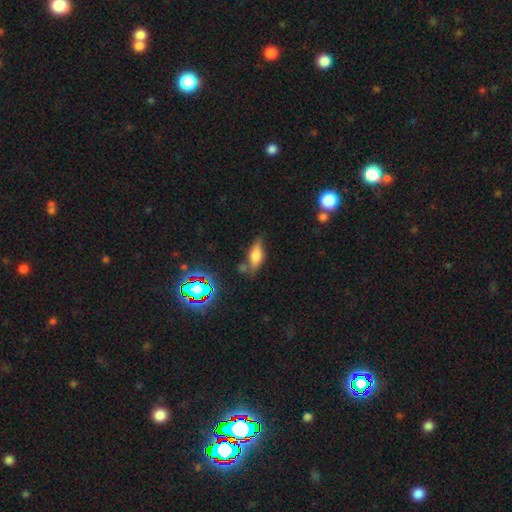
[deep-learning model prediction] smooth 56%, featured or disk 31%, star or artifact 13%. Down the decision tree: how rounded — in between (66%); merging — none (66%).